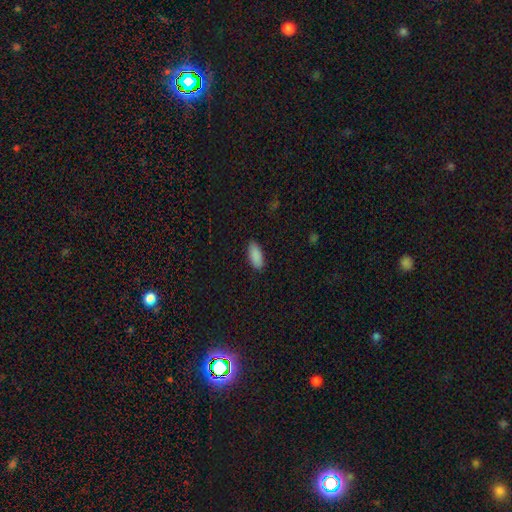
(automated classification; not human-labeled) The model was most divided on "how rounded": in between: 83%, cigar-shaped: 15%, round: 2%. More confident: smooth or featured — smooth (89%); merging — none (88%).